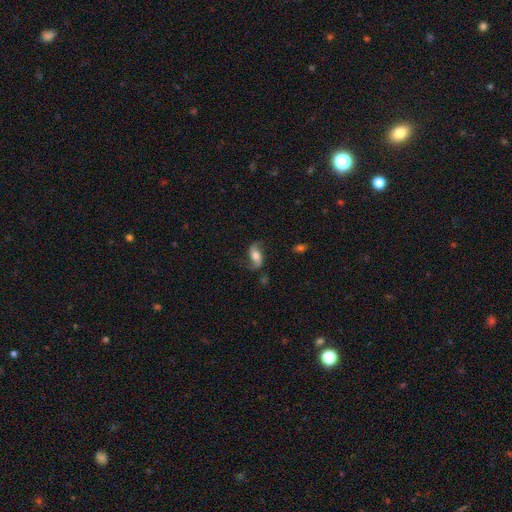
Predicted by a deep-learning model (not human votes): A featured or disk galaxy (64%) with no bar (47%), 2 (91%) loose (75%) spiral arms (90%) and a moderate central bulge (57%). Merging: none (72%).